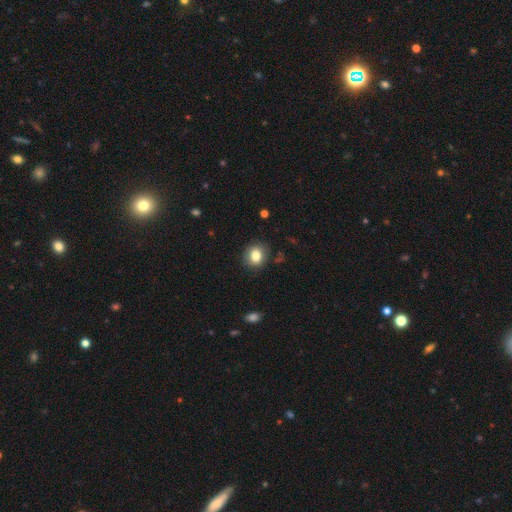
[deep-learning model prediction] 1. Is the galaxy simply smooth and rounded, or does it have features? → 83% smooth, 9% star or artifact, 8% featured or disk.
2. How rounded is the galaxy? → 63% round, 36% in between, 1% cigar-shaped.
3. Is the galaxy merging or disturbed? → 85% none, 10% minor disturbance, 3% major disturbance, 1% merger.